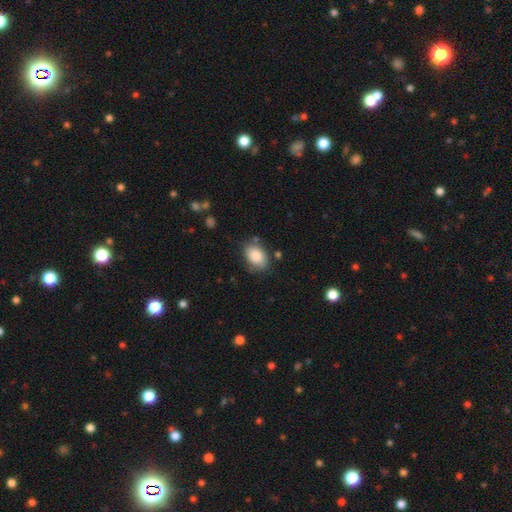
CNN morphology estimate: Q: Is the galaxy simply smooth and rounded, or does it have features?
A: smooth — 84%.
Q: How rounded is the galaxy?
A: in between — 82%.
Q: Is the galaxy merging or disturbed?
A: none — 74%.